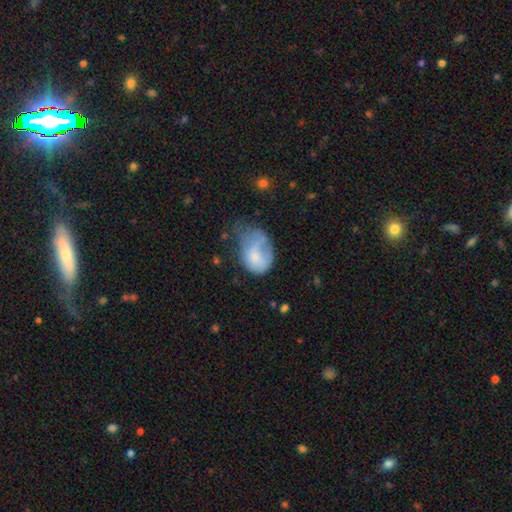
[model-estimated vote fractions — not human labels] The model was most divided on "merging": major disturbance: 45%, minor disturbance: 33%, none: 17%, merger: 5%. More confident: how rounded — in between (72%); smooth or featured — smooth (64%).